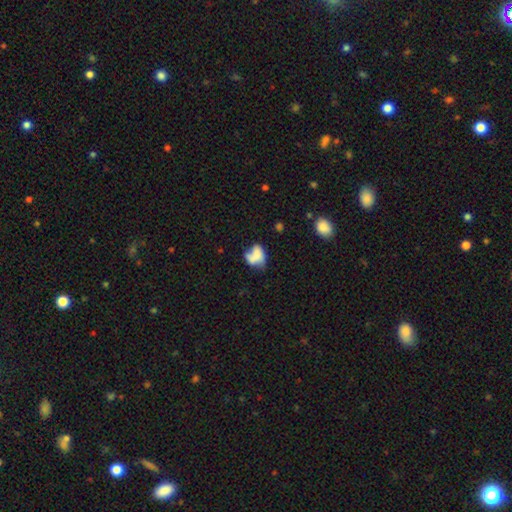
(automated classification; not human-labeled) This is likely a smooth galaxy (60%). How rounded: likely in between (69%). Merging: marginally none (29%).